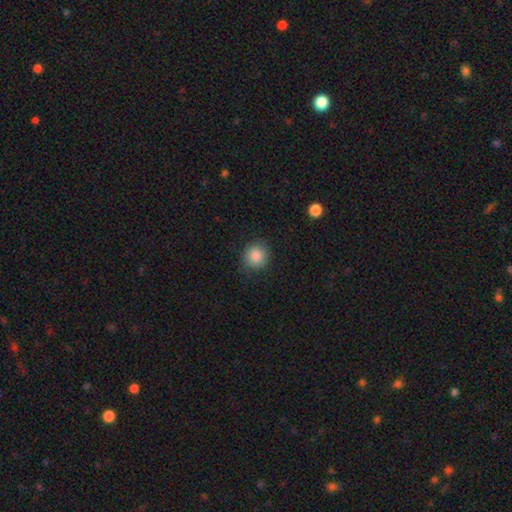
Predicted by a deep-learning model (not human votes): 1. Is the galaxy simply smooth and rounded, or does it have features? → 87% smooth, 8% star or artifact, 5% featured or disk.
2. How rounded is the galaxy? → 86% round, 13% in between, 1% cigar-shaped.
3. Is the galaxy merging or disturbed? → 82% none, 13% minor disturbance, 4% major disturbance, 1% merger.